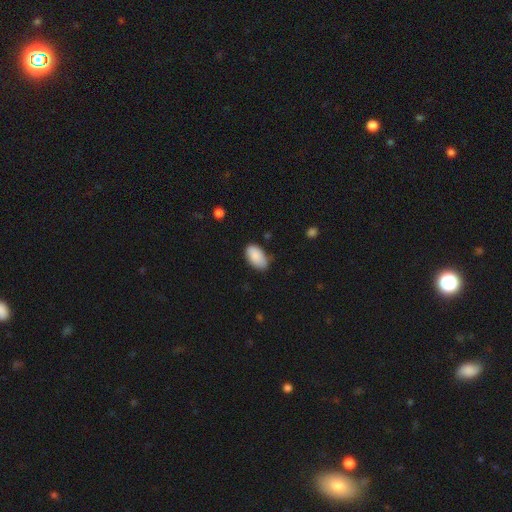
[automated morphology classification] Smooth or featured? smooth (88%)
How rounded? in between (95%)
Merging? none (71%)